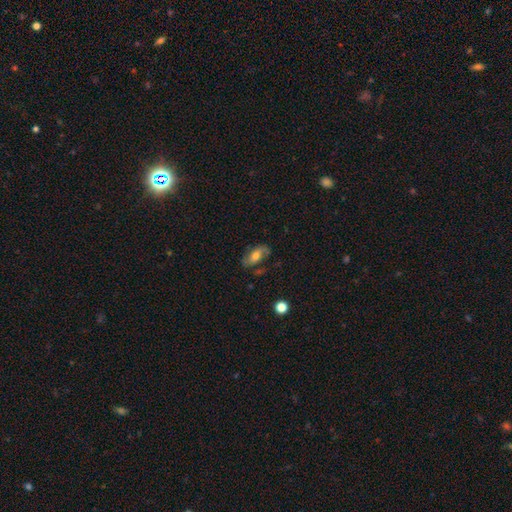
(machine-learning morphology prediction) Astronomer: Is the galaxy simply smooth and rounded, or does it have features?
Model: featured or disk — 49% (runner-up: smooth, 43%).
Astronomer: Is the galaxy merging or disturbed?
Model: none — 72%.